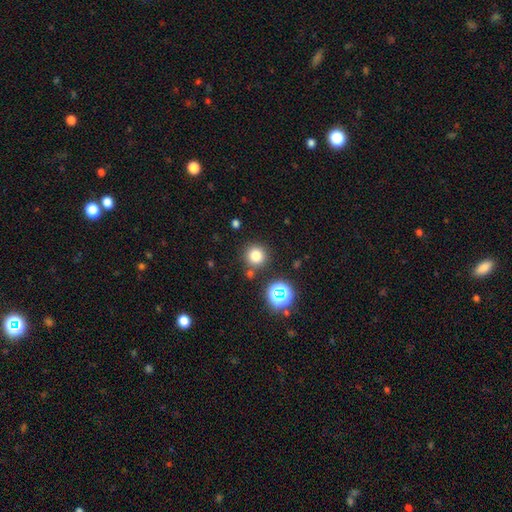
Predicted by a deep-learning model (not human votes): Overall: smooth (75%). How rounded: round (93%). Merging: none (82%).